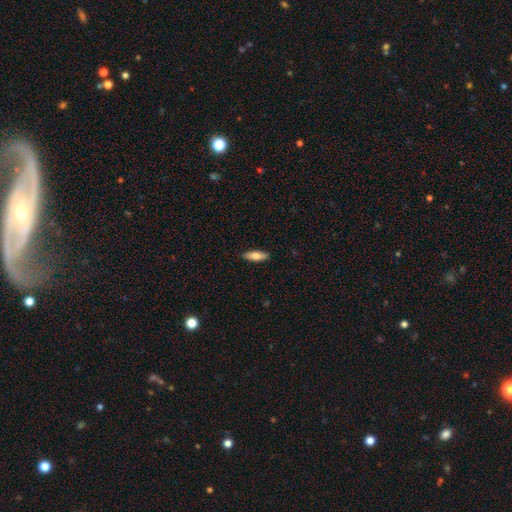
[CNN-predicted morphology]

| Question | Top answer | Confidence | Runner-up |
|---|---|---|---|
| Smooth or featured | smooth | 73% | featured or disk (20%) |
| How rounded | in between | 52% | cigar-shaped (46%) |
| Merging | none | 90% | minor disturbance (8%) |